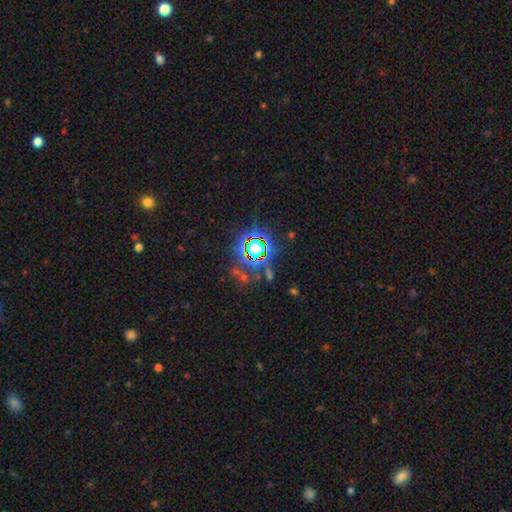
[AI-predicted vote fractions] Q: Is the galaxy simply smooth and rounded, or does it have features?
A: star or artifact — 69%.